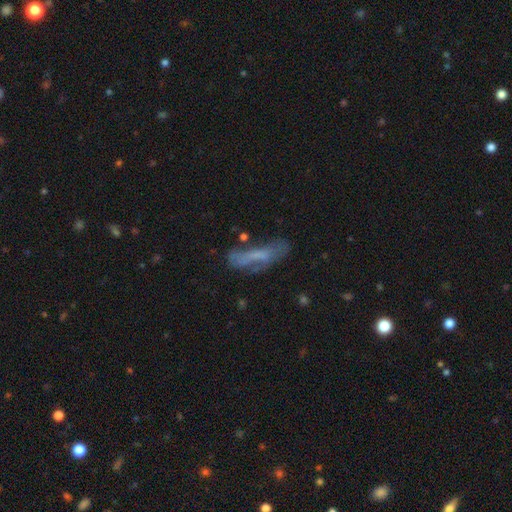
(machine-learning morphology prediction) smooth 45%, featured or disk 43%, star or artifact 12%. Down the decision tree: merging — none (48%).